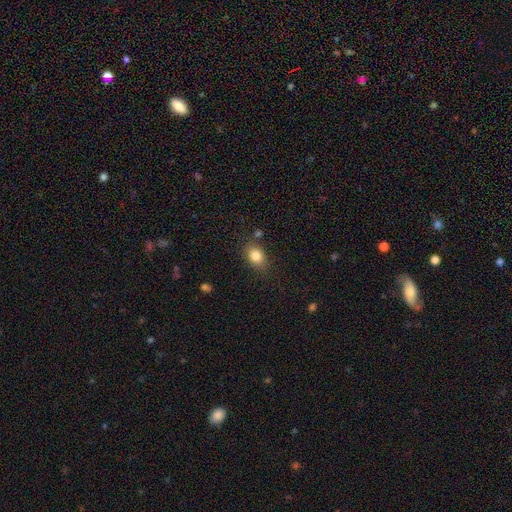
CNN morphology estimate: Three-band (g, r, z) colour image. It shows a smooth galaxy with no disk features (82%) that is in between round and cigar-shaped (73%). Merging: none (80%).